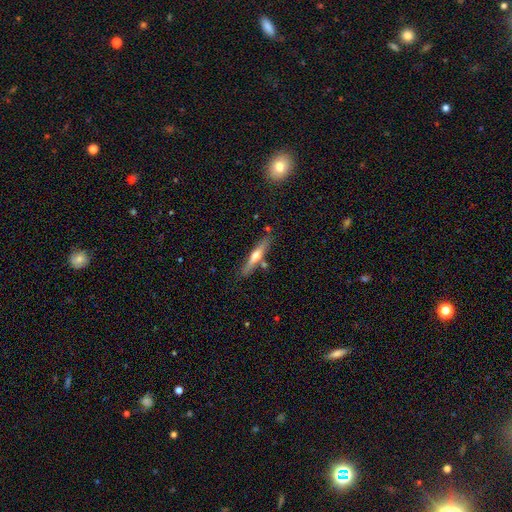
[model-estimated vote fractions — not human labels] smooth-or-featured: featured or disk: 51% | smooth: 43% | star or artifact: 6%
  disk-edge-on: yes: 94% | no: 6%
  merging: none: 78% | minor disturbance: 13% | merger: 7% | major disturbance: 3%